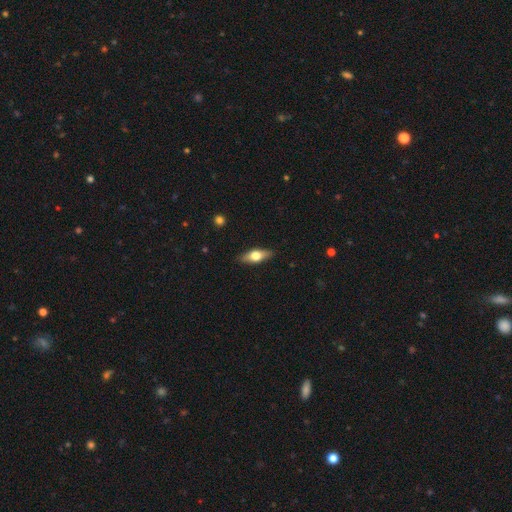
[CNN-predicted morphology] Q: Smooth or featured?
A: smooth (51%); runner-up: featured or disk (42%)
Q: How rounded?
A: in between (68%); runner-up: cigar-shaped (27%)
Q: Merging?
A: none (87%); runner-up: minor disturbance (10%)